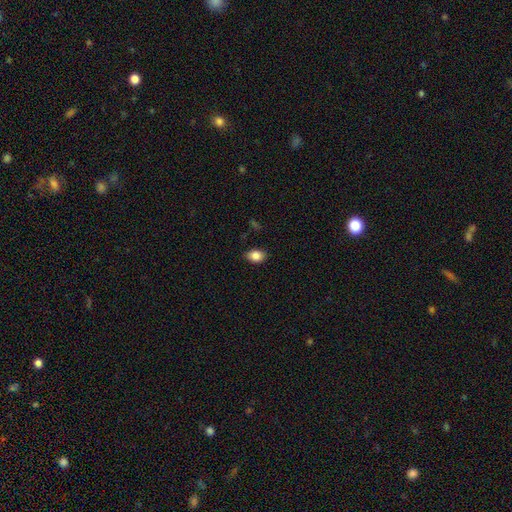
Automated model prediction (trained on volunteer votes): Q: Smooth or featured?
A: smooth (85%); runner-up: star or artifact (9%)
Q: How rounded?
A: in between (80%); runner-up: round (19%)
Q: Merging?
A: none (82%); runner-up: minor disturbance (14%)